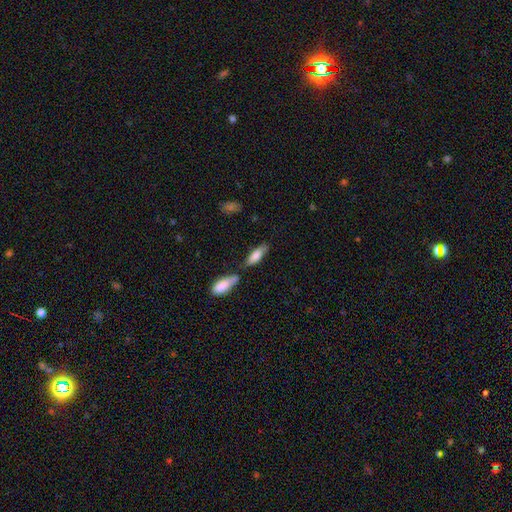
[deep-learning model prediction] smooth-or-featured: smooth: 77% | featured or disk: 17% | star or artifact: 6%
  how-rounded: in between: 55% | cigar-shaped: 43% | round: 2%
  merging: none: 50% | merger: 26% | minor disturbance: 18% | major disturbance: 6%